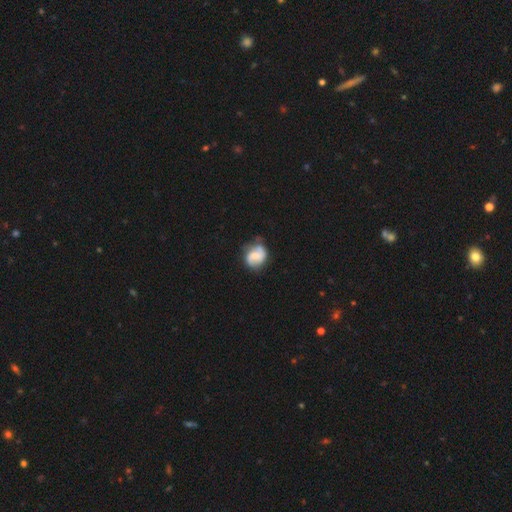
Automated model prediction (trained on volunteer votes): Smooth or featured? featured or disk (62%)
Edge-on disk? no (98%)
Bar? weak (44%)
Spiral arms? yes (85%)
Spiral winding? medium (42%)
Spiral arm count? 2 (83%)
Bulge size? moderate (44%)
Merging? none (61%)